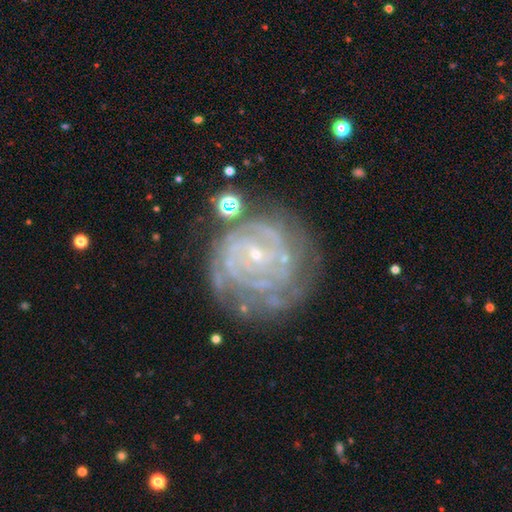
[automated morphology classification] A featured or disk galaxy (86%) with no bar (67%), tight (77%) spiral arms (95%) and a small central bulge (86%).

Vote fractions:
- Smooth or featured? featured or disk: 86% / star or artifact: 7% / smooth: 7%
- Edge-on disk? no: 98% / yes: 2%
- Bar? no: 67% / weak: 25% / strong: 8%
- Spiral arms? yes: 95% / no: 5%
- Spiral winding? tight: 77% / medium: 19% / loose: 4%
- Spiral arm count? can't tell: 32% / 3: 20% / 2: 18% / 4: 16% / more than 4: 8% / 1: 6%
- Bulge size? small: 86% / moderate: 9% / none: 3% / large: 1% / dominant: 1%
- Merging? none: 64% / minor disturbance: 21% / major disturbance: 11% / merger: 4%